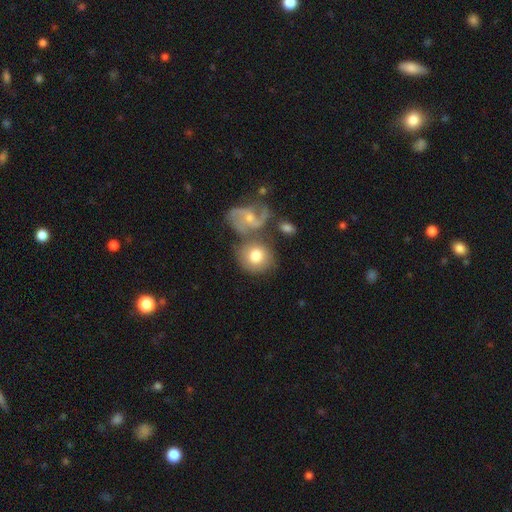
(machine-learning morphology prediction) Smooth or featured: smooth — 64% (featured or disk — 29%)
How rounded: round — 76% (in between — 23%)
Merging: none — 46% (merger — 33%)